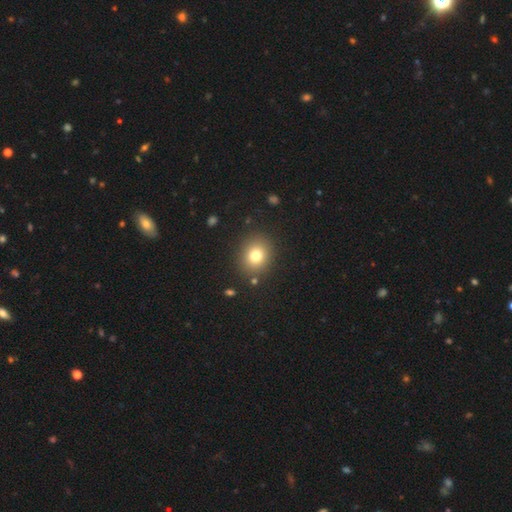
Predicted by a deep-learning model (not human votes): Smooth or featured? Predicted: smooth (p=0.77). How rounded? Predicted: round (p=0.70). Merging? Predicted: none (p=0.88).